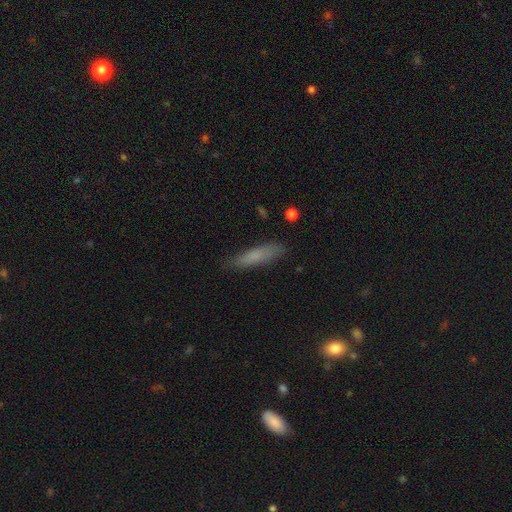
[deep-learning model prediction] Smooth or featured?
  - smooth: 75% *
  - featured or disk: 17%
  - star or artifact: 8%
How rounded?
  - cigar-shaped: 82% *
  - in between: 16%
  - round: 2%
Merging?
  - none: 82% *
  - minor disturbance: 14%
  - major disturbance: 3%
  - merger: 2%